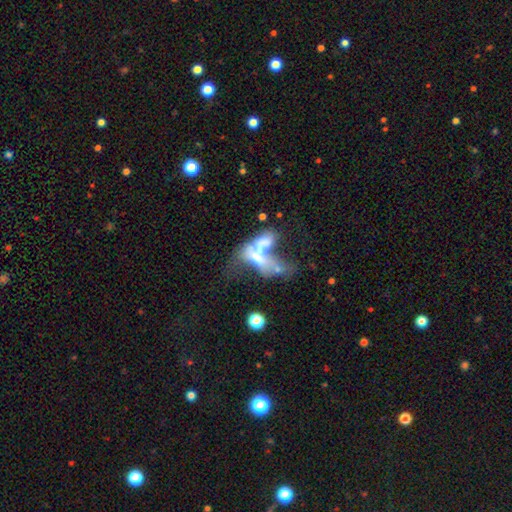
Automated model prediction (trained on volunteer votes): smooth_or_featured: featured or disk (p=0.51) [alt: smooth p=0.37]
disk_edge_on: no (p=0.90) [alt: yes p=0.10]
merging: merger (p=0.66) [alt: major disturbance p=0.20]